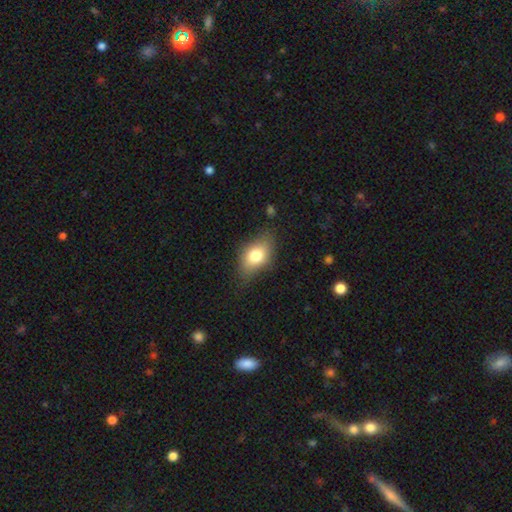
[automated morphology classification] Smooth or featured?
  - smooth: 75% *
  - featured or disk: 17%
  - star or artifact: 8%
How rounded?
  - in between: 84% *
  - round: 13%
  - cigar-shaped: 3%
Merging?
  - none: 69% *
  - minor disturbance: 23%
  - major disturbance: 6%
  - merger: 2%